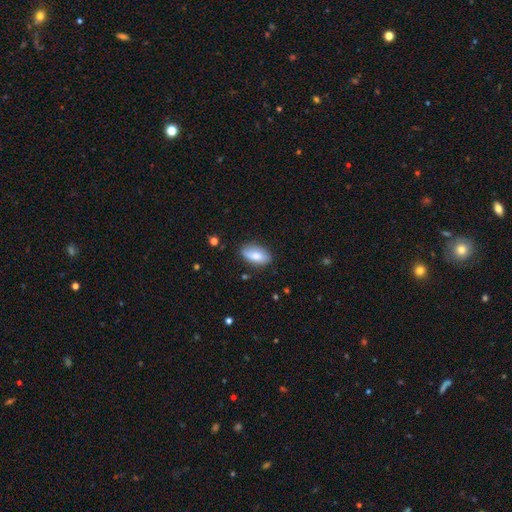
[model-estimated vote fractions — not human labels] smooth_or_featured: smooth (p=0.78) [alt: featured or disk p=0.15]
how_rounded: in between (p=0.91) [alt: cigar-shaped p=0.06]
merging: none (p=0.79) [alt: minor disturbance p=0.16]